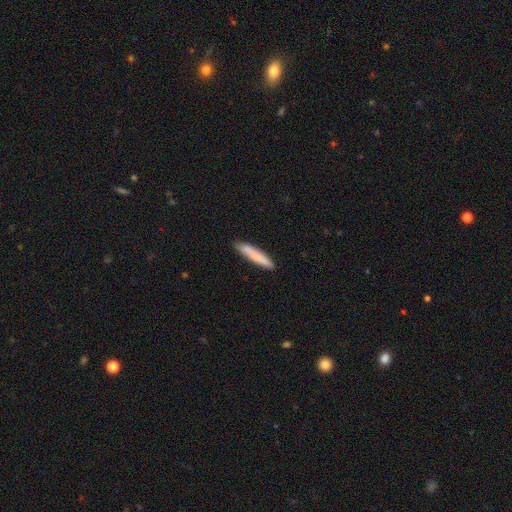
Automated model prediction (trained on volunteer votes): This appears to be a smooth galaxy with no disk features (81%) that is cigar-shaped (92%). Merging: none (87%).